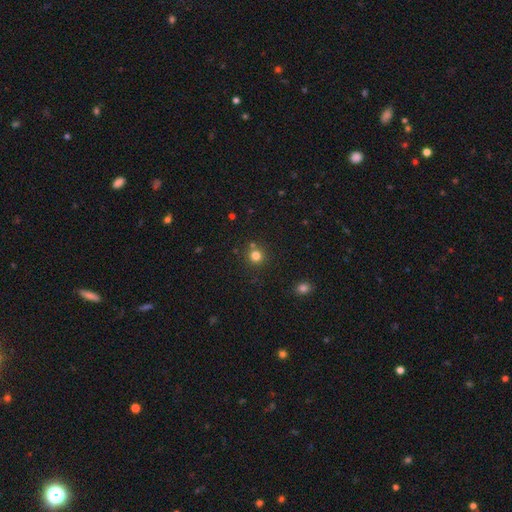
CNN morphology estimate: A smooth galaxy with no disk features (78%) that is round (92%).

Vote fractions:
- Smooth or featured? smooth: 78% / star or artifact: 16% / featured or disk: 6%
- How rounded? round: 92% / in between: 7% / cigar-shaped: 1%
- Merging? none: 79% / merger: 11% / minor disturbance: 8% / major disturbance: 3%